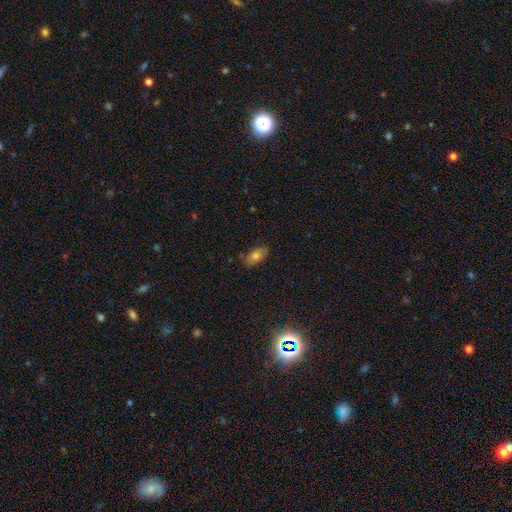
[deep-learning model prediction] Overall: smooth (76%). How rounded: in between (89%). Merging: none (81%).